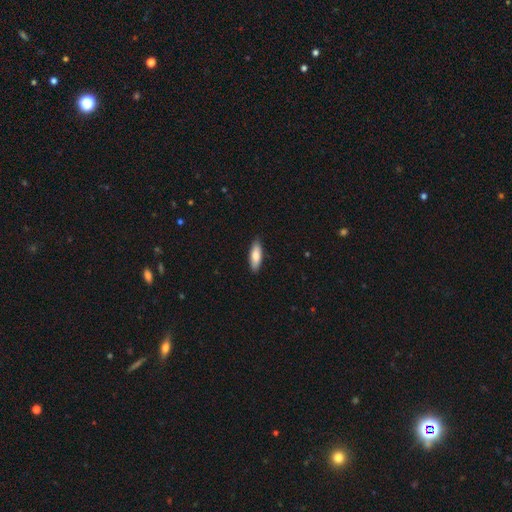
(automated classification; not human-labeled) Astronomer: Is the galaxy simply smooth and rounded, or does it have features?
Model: smooth — 80%.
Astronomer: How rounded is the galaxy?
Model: in between — 59% (runner-up: cigar-shaped, 39%).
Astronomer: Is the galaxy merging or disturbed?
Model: none — 87%.